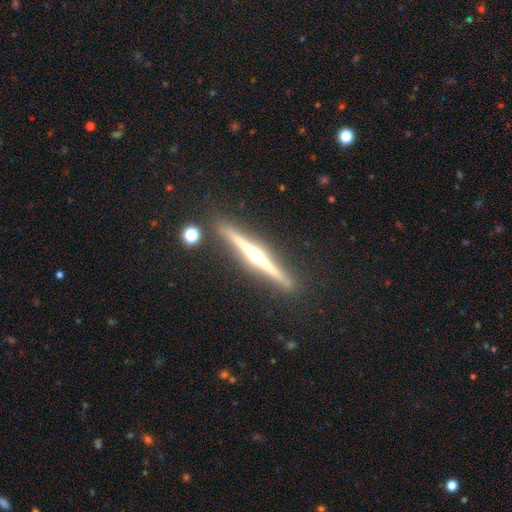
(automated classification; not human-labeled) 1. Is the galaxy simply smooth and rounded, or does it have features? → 81% featured or disk, 12% smooth, 6% star or artifact.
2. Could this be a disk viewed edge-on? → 98% yes, 2% no.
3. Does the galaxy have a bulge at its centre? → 78% rounded, 12% none, 10% boxy.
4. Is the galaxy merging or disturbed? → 89% none, 7% minor disturbance, 2% merger, 2% major disturbance.